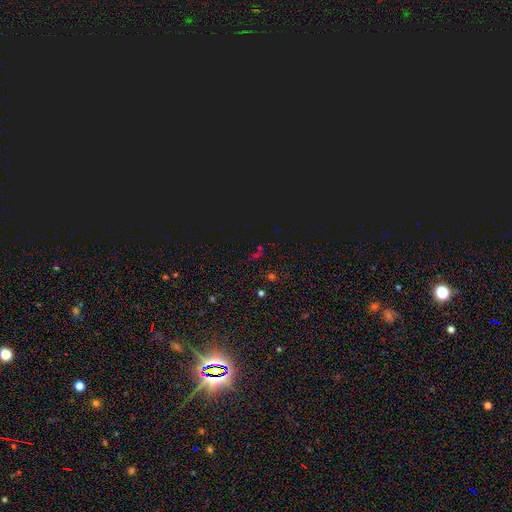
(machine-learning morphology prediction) A star or artifact, not a galaxy (63%).